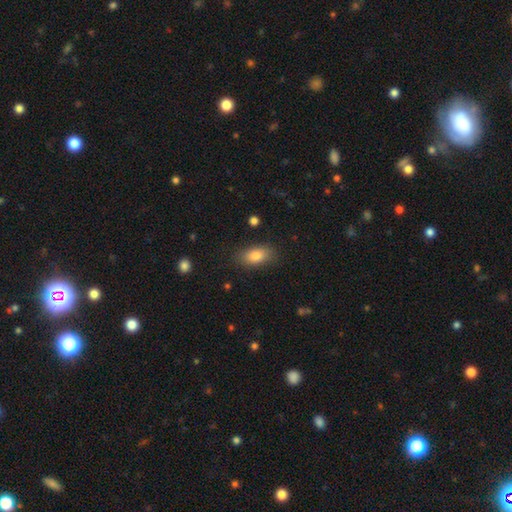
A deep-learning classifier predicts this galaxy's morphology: Smooth or featured?
  - smooth: 83% *
  - featured or disk: 9%
  - star or artifact: 8%
How rounded?
  - in between: 88% *
  - round: 6%
  - cigar-shaped: 6%
Merging?
  - none: 84% *
  - minor disturbance: 11%
  - major disturbance: 3%
  - merger: 1%